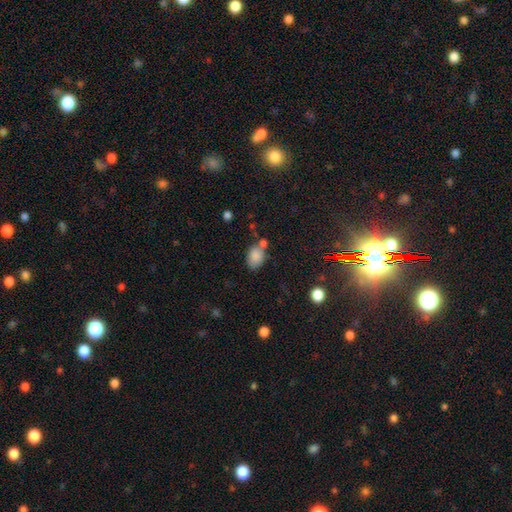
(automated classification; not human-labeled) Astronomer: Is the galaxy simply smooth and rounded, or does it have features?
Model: smooth — 84%.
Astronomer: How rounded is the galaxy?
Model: in between — 81%.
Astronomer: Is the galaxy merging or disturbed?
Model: none — 53%.